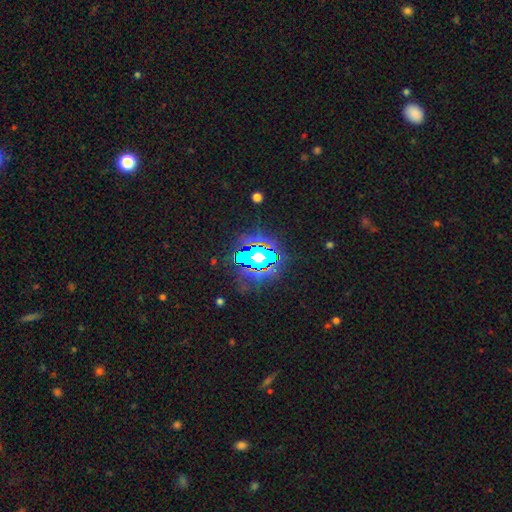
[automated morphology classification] star or artifact 79%, smooth 12%, featured or disk 9%.